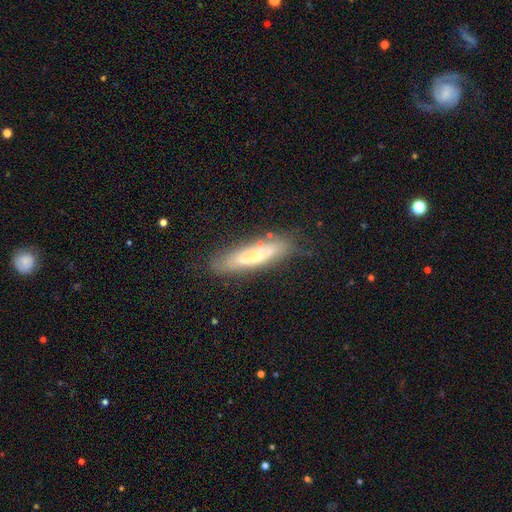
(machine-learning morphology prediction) Smooth or featured?
  - featured or disk: 56% *
  - smooth: 36%
  - star or artifact: 7%
Edge-on disk?
  - yes: 56% *
  - no: 44%
Merging?
  - none: 74% *
  - minor disturbance: 18%
  - major disturbance: 5%
  - merger: 2%